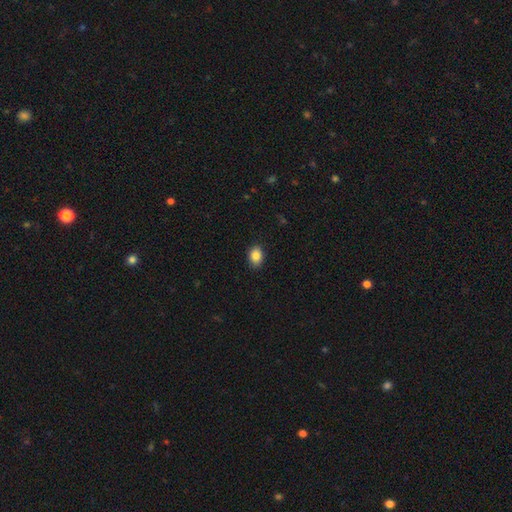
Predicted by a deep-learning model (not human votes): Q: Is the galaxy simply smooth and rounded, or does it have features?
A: smooth — 86%.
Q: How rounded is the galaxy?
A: in between — 71%.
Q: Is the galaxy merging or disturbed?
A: none — 87%.